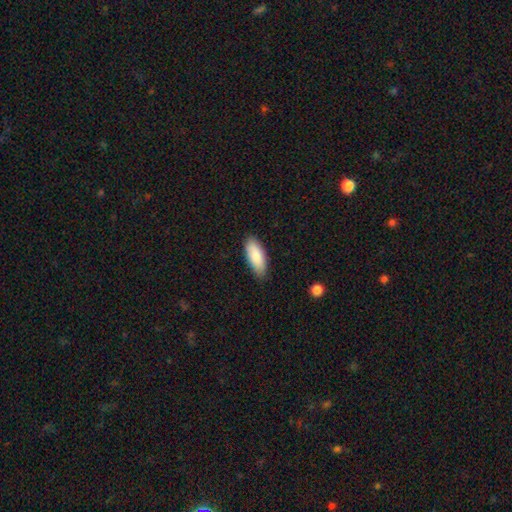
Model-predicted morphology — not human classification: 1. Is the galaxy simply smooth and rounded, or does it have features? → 87% smooth, 8% featured or disk, 5% star or artifact.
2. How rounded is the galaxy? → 79% in between, 20% cigar-shaped, 2% round.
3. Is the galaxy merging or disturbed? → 85% none, 12% minor disturbance, 2% major disturbance, 1% merger.